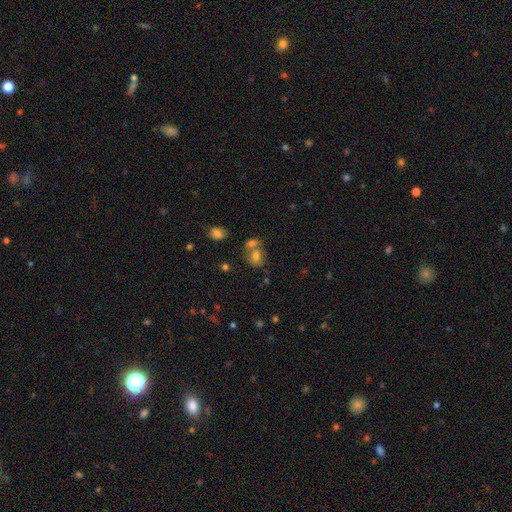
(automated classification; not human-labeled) This appears to be a smooth galaxy with no disk features (68%) that is in between round and cigar-shaped (51%). Merging: merger (48%).